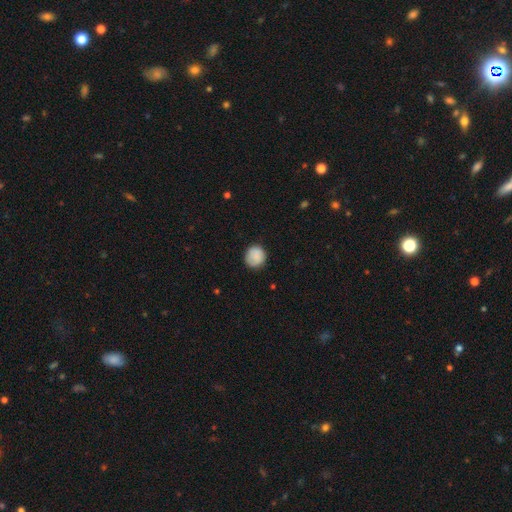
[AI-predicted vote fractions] Q: Smooth or featured?
A: smooth (86%); runner-up: star or artifact (7%)
Q: How rounded?
A: round (89%); runner-up: in between (10%)
Q: Merging?
A: none (83%); runner-up: minor disturbance (13%)